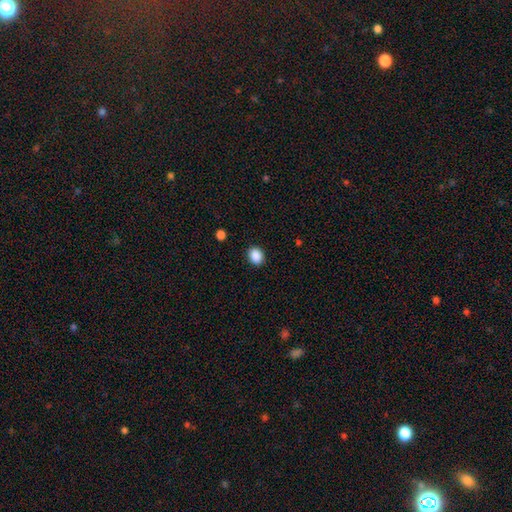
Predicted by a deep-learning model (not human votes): Morphology: type=smooth (89%); roundness=round (53%); merging=none (89%).